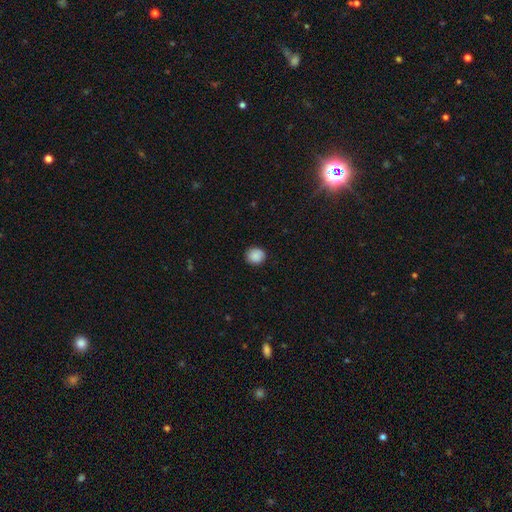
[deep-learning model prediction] Overall: smooth (87%). How rounded: round (82%). Merging: none (87%).